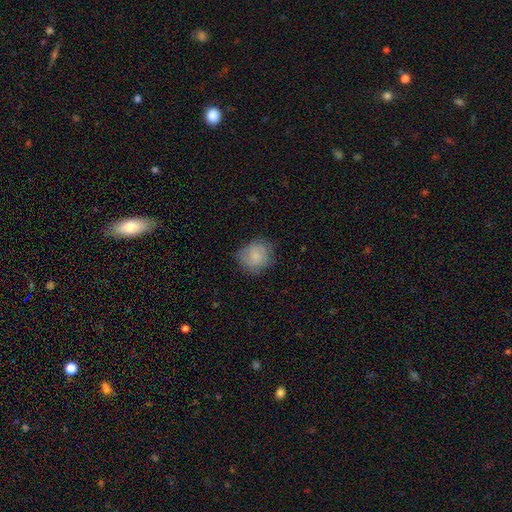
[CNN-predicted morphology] The model was most divided on "merging": none: 75%, minor disturbance: 18%, major disturbance: 5%, merger: 1%. More confident: how rounded — round (80%); smooth or featured — smooth (78%).